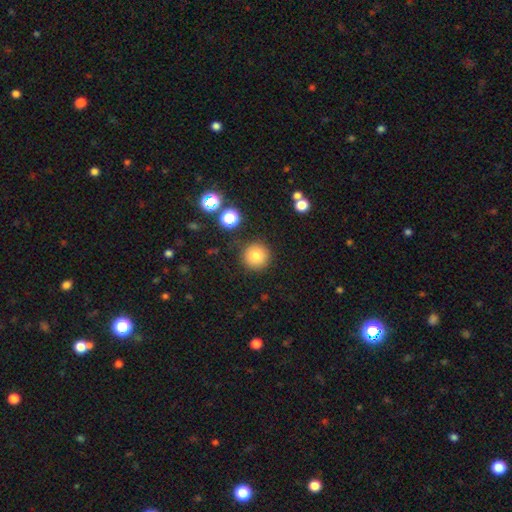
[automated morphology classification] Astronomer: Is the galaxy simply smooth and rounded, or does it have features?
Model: smooth — 81%.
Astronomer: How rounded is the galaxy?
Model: round — 95%.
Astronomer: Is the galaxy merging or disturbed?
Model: none — 88%.